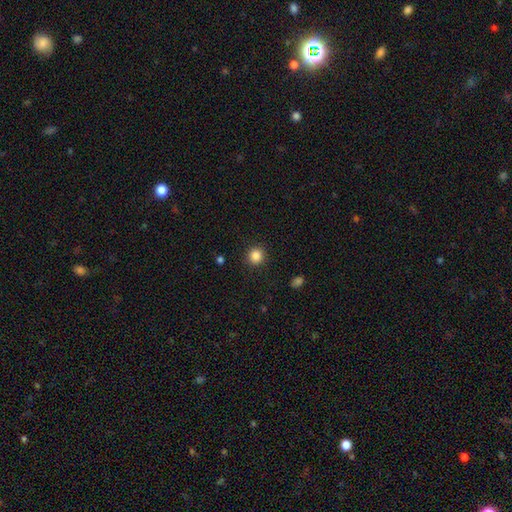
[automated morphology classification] Smooth or featured?
  - smooth: 85% *
  - star or artifact: 11%
  - featured or disk: 4%
How rounded?
  - round: 92% *
  - in between: 7%
  - cigar-shaped: 1%
Merging?
  - none: 91% *
  - minor disturbance: 6%
  - major disturbance: 2%
  - merger: 1%